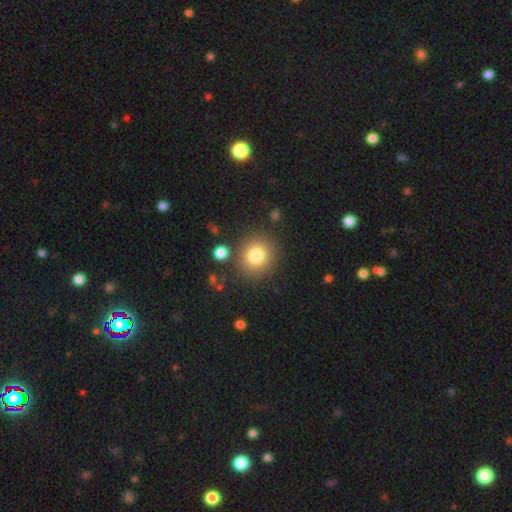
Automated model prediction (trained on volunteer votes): smooth-or-featured: smooth: 80% | star or artifact: 11% | featured or disk: 9%
  how-rounded: round: 87% | in between: 12% | cigar-shaped: 1%
  merging: none: 84% | minor disturbance: 8% | merger: 5% | major disturbance: 3%